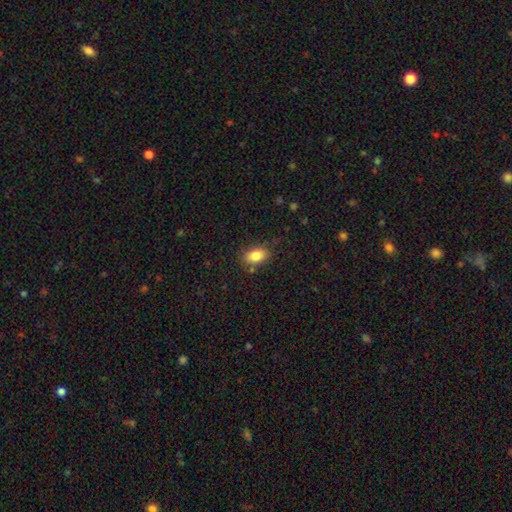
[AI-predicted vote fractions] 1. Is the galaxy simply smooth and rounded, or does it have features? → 84% smooth, 8% star or artifact, 8% featured or disk.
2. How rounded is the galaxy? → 86% in between, 12% round, 2% cigar-shaped.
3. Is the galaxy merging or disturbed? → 80% none, 14% minor disturbance, 4% major disturbance, 3% merger.